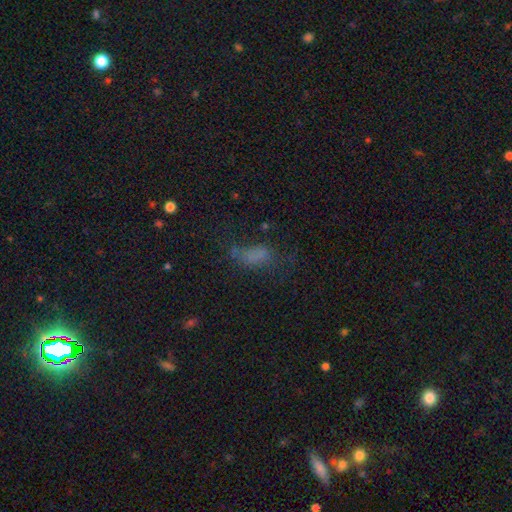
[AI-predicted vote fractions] Smooth or featured: smooth — 64% (star or artifact — 19%)
How rounded: in between — 81% (cigar-shaped — 14%)
Merging: none — 40% (major disturbance — 30%)